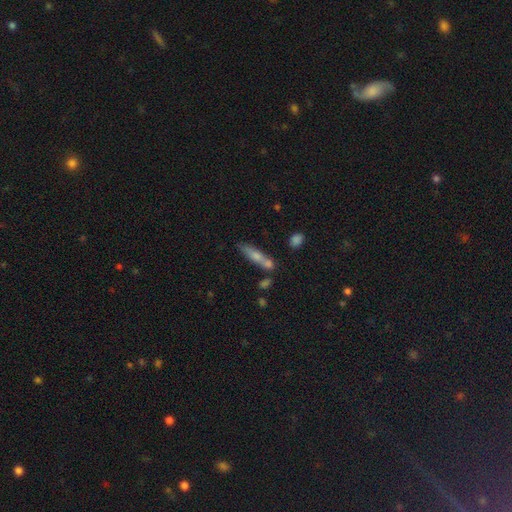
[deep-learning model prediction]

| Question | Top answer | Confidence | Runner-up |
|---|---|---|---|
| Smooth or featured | smooth | 62% | featured or disk (30%) |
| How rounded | cigar-shaped | 74% | in between (24%) |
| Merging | none | 54% | merger (26%) |